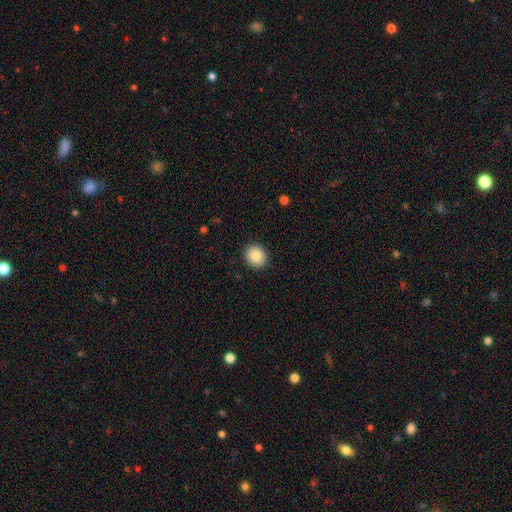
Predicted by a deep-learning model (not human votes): Q: Smooth or featured?
A: smooth (86%); runner-up: star or artifact (8%)
Q: How rounded?
A: round (72%); runner-up: in between (27%)
Q: Merging?
A: none (90%); runner-up: minor disturbance (7%)